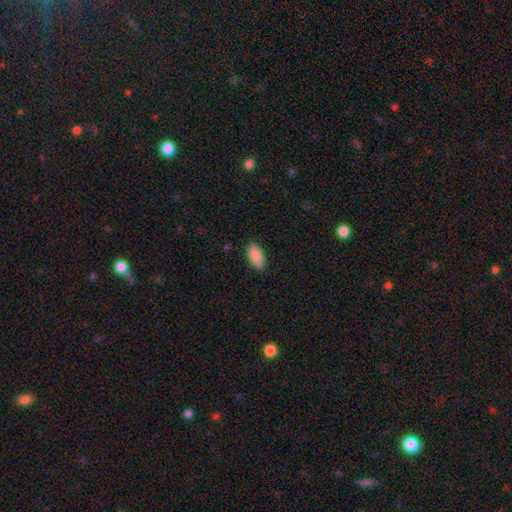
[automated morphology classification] Smooth or featured: smooth — 90% (star or artifact — 6%)
How rounded: in between — 94% (cigar-shaped — 4%)
Merging: none — 86% (minor disturbance — 10%)